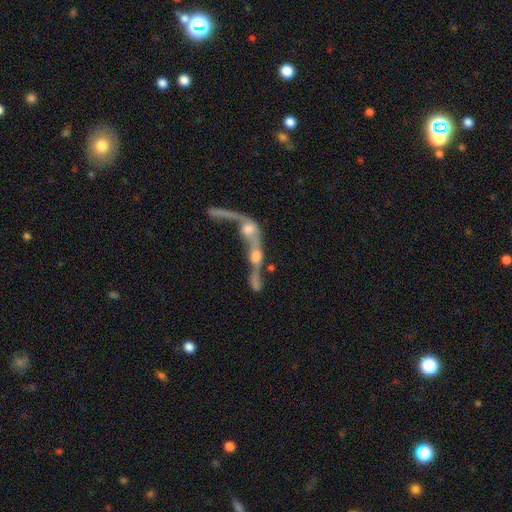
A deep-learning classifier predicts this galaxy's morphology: Smooth or featured: featured or disk — 61% (smooth — 26%)
Edge-on disk: no — 70% (yes — 30%)
Merging: merger — 76% (major disturbance — 10%)